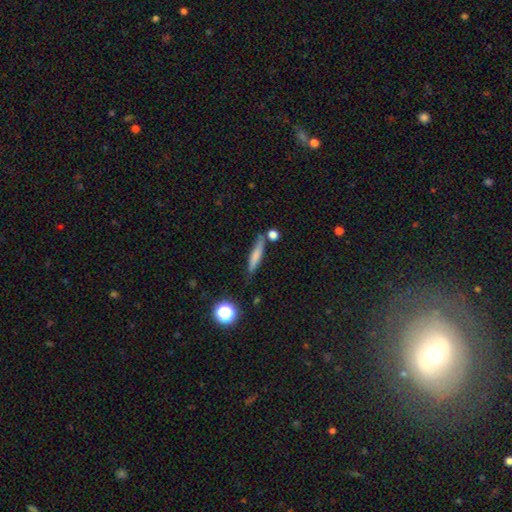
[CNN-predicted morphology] Smooth or featured? smooth (68%)
How rounded? cigar-shaped (87%)
Merging? none (73%)